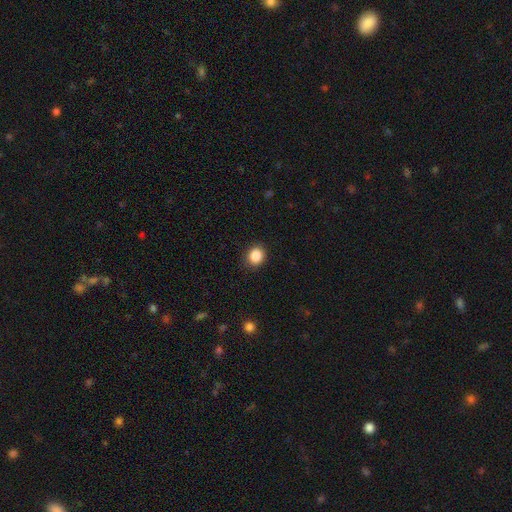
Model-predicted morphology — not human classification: Smooth or featured?
  - smooth: 87% *
  - star or artifact: 10%
  - featured or disk: 3%
How rounded?
  - round: 76% *
  - in between: 23%
  - cigar-shaped: 1%
Merging?
  - none: 89% *
  - minor disturbance: 7%
  - major disturbance: 2%
  - merger: 1%